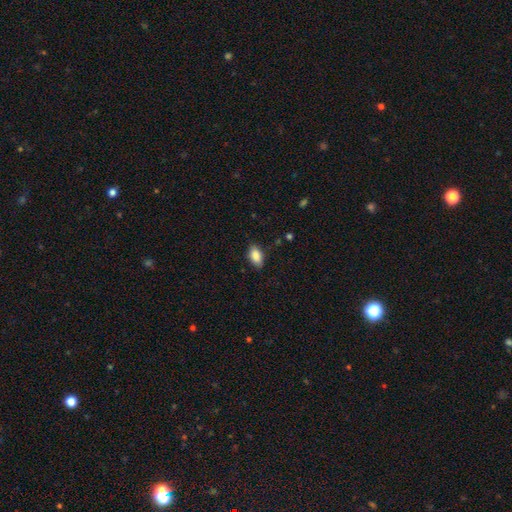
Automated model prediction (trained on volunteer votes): smooth-or-featured: smooth: 88% | star or artifact: 7% | featured or disk: 5%
  how-rounded: in between: 91% | round: 6% | cigar-shaped: 4%
  merging: none: 84% | minor disturbance: 13% | major disturbance: 3% | merger: 1%